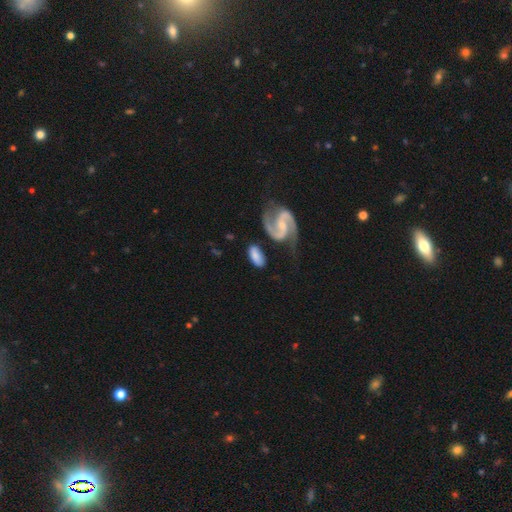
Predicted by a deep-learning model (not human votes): smooth 51%, featured or disk 42%, star or artifact 6%. Down the decision tree: how rounded — in between (89%); merging — none (66%).